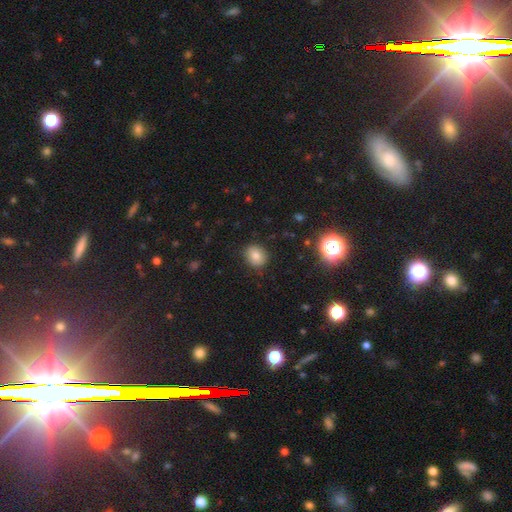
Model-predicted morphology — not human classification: smooth 79%, star or artifact 13%, featured or disk 8%. Down the decision tree: how rounded — round (70%); merging — none (87%).